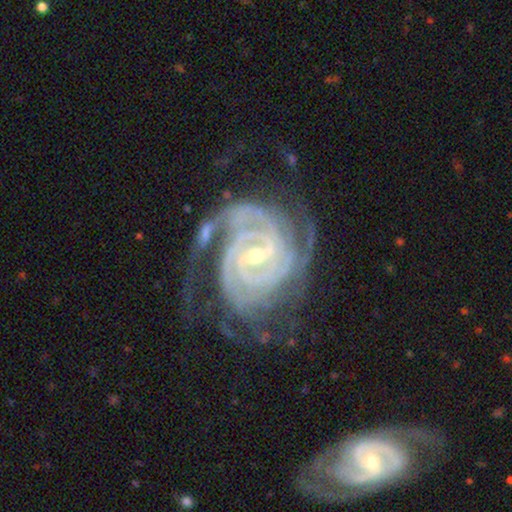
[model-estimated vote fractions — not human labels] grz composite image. It shows a featured or disk galaxy (93%) with a weak bar (46%), 2 (25%, tied with 3) tight (79%) spiral arms (99%) and a small central bulge (58%). Merging: none (62%).